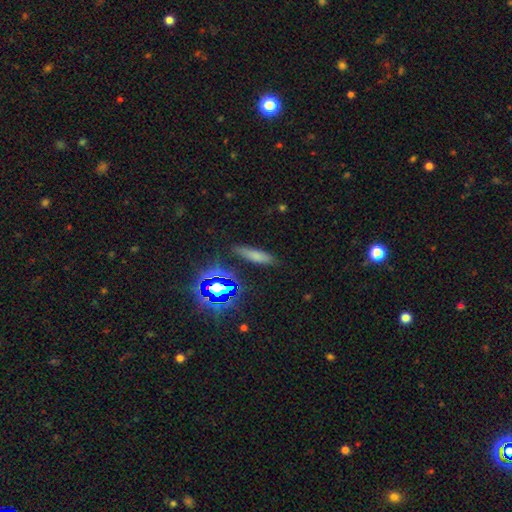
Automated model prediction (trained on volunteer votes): A smooth galaxy with no disk features (67%) that is cigar-shaped (67%).

Vote fractions:
- Smooth or featured? smooth: 67% / star or artifact: 20% / featured or disk: 13%
- How rounded? cigar-shaped: 67% / in between: 30% / round: 3%
- Merging? none: 83% / minor disturbance: 12% / major disturbance: 3% / merger: 2%